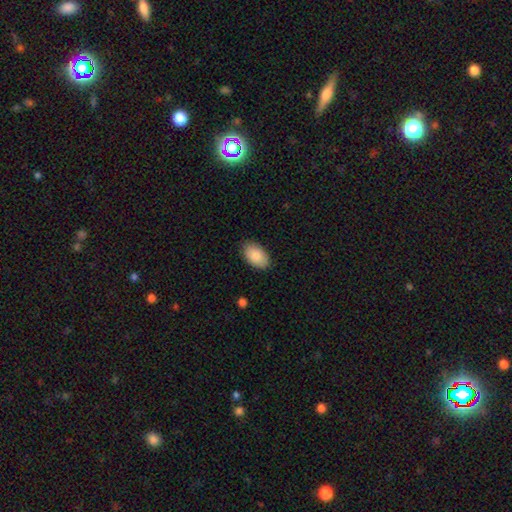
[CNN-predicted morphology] Overall: smooth (88%). How rounded: in between (94%). Merging: none (86%).